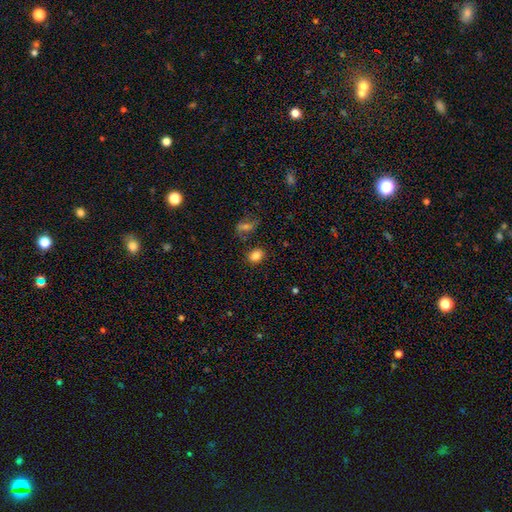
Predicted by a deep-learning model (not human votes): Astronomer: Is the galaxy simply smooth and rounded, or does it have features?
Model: smooth — 84%.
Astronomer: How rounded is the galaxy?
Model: in between — 69%.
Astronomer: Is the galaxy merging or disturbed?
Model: none — 80%.